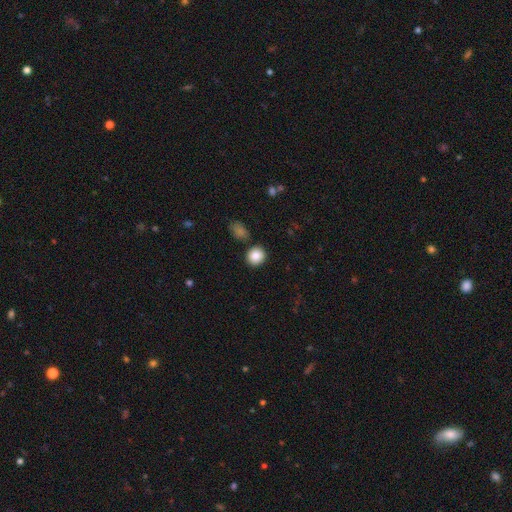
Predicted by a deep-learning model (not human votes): Smooth or featured: smooth — 87% (star or artifact — 8%)
How rounded: round — 83% (in between — 16%)
Merging: none — 83% (minor disturbance — 8%)